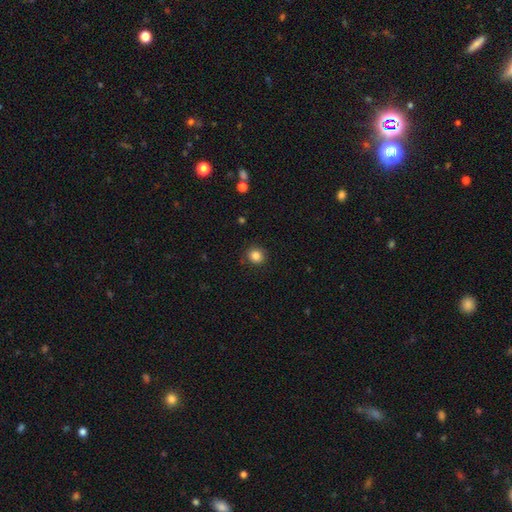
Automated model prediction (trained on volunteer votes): This appears to be a smooth galaxy with no disk features (85%) that is round (89%). Merging: none (89%).